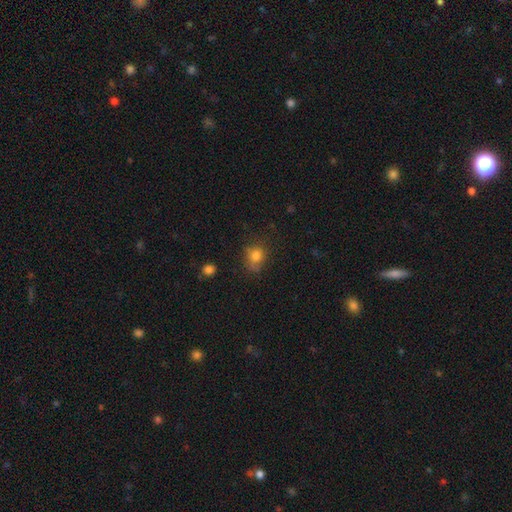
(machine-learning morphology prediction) A smooth galaxy with no disk features (79%) that is round (70%).

Vote fractions:
- Smooth or featured? smooth: 79% / star or artifact: 12% / featured or disk: 9%
- How rounded? round: 70% / in between: 29% / cigar-shaped: 1%
- Merging? none: 60% / minor disturbance: 26% / major disturbance: 10% / merger: 4%